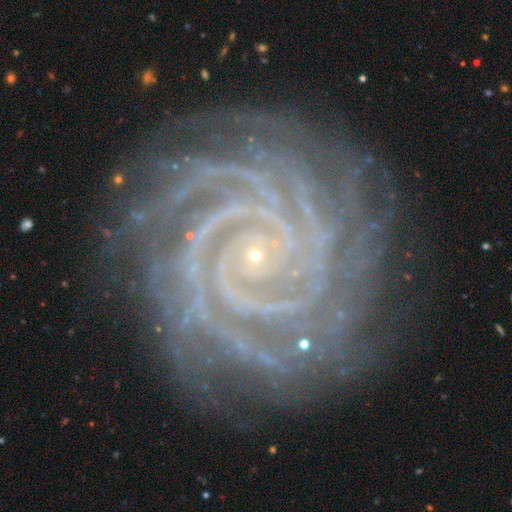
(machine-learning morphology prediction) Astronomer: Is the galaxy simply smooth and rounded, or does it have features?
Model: featured or disk — 92%.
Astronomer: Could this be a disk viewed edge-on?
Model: no — 98%.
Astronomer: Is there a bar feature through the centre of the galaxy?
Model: no — 66%.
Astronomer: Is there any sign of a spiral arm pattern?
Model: yes — 99%.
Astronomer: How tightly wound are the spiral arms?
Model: tight — 89%.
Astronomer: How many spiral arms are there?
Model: more than 4 — 27% (runner-up: 4, 22%).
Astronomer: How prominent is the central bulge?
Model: small — 91%.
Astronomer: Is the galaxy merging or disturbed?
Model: none — 83%.